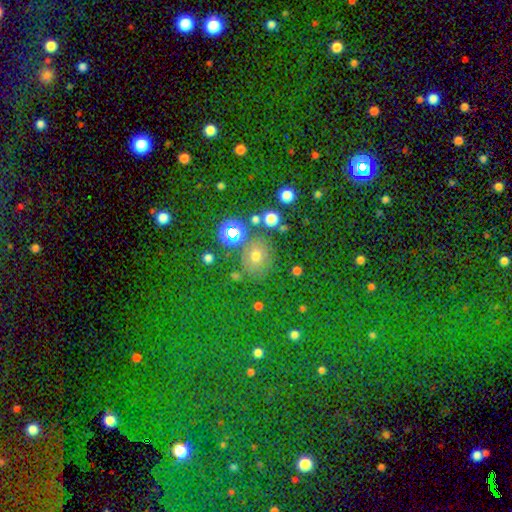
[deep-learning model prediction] Smooth or featured: smooth — 61% (star or artifact — 27%)
How rounded: round — 66% (in between — 33%)
Merging: none — 71% (minor disturbance — 14%)